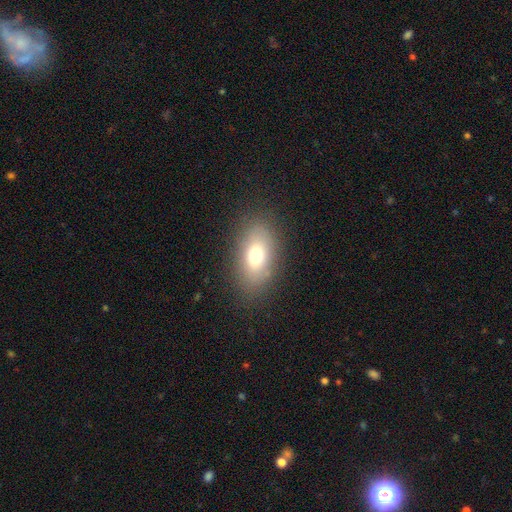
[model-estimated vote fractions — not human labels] Smooth or featured? Predicted: smooth (p=0.73). How rounded? Predicted: in between (p=0.86). Merging? Predicted: none (p=0.84).